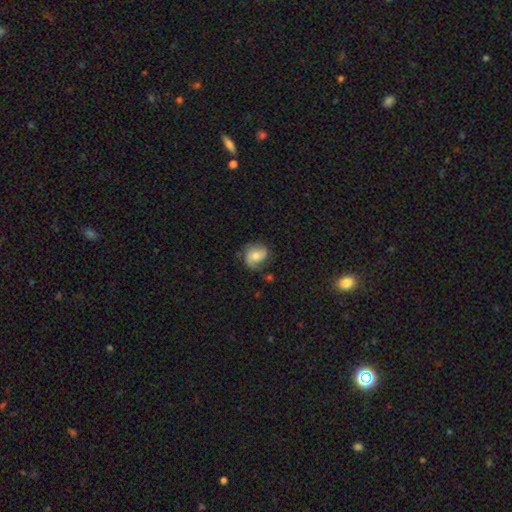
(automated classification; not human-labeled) Smooth or featured? smooth (47%)
Merging? none (61%)